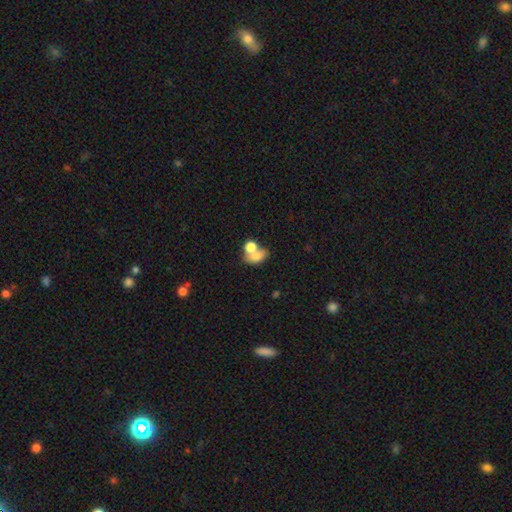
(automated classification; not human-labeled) Smooth or featured?
  - smooth: 73% *
  - featured or disk: 17%
  - star or artifact: 10%
How rounded?
  - in between: 70% *
  - round: 29%
  - cigar-shaped: 2%
Merging?
  - merger: 58% *
  - none: 26%
  - minor disturbance: 10%
  - major disturbance: 7%